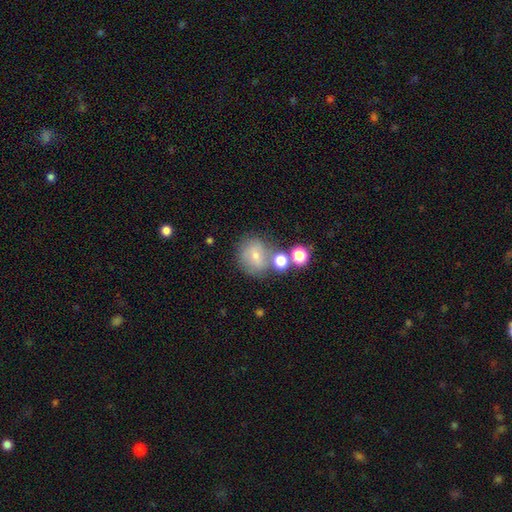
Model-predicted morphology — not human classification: This appears to be a smooth galaxy with no disk features (64%) that is round (80%). Merging: none (55%).